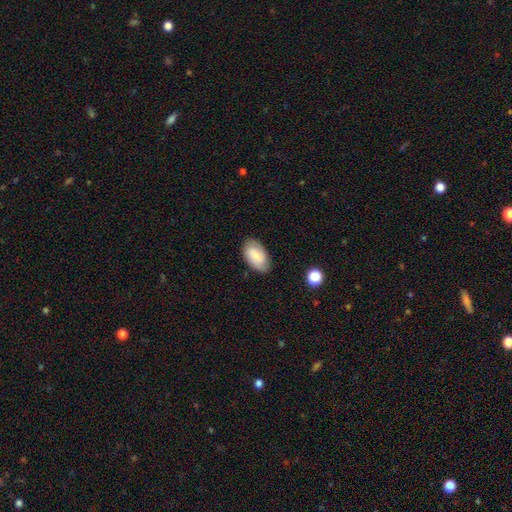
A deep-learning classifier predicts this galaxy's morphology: Smooth or featured? Predicted: smooth (p=0.68). How rounded? Predicted: in between (p=0.94). Merging? Predicted: none (p=0.81).